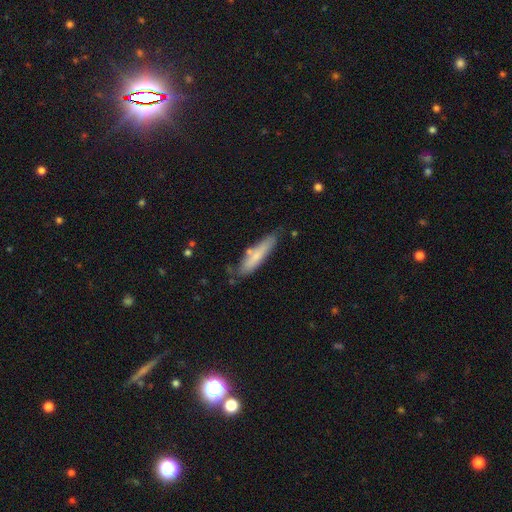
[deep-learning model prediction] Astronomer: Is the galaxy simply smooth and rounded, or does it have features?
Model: smooth — 71%.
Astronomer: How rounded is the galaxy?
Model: cigar-shaped — 83%.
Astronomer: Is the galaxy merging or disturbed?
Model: none — 71%.